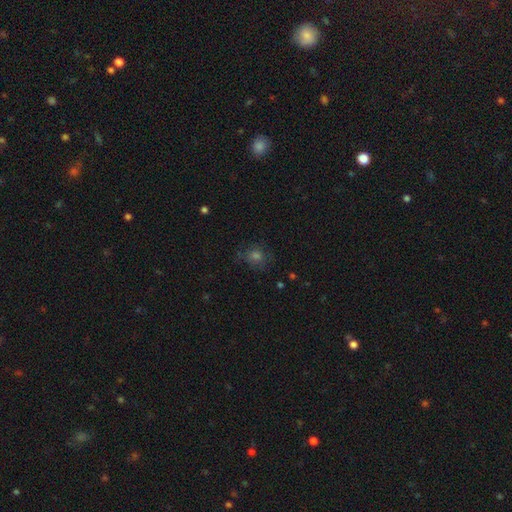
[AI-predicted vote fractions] Smooth or featured: smooth — 54% (star or artifact — 30%)
How rounded: round — 76% (in between — 22%)
Merging: none — 71% (minor disturbance — 18%)